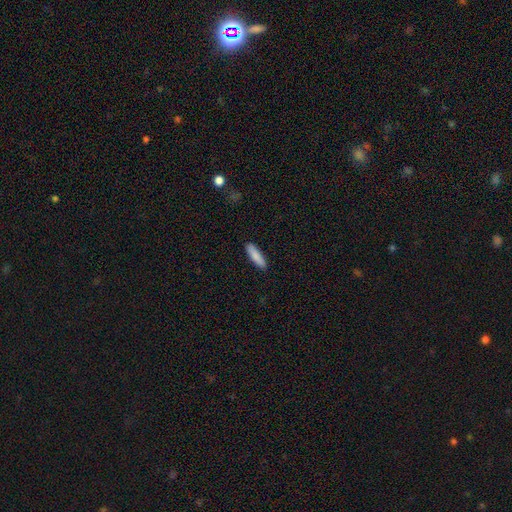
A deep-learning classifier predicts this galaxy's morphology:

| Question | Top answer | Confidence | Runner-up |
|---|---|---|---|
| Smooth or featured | smooth | 85% | featured or disk (9%) |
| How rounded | cigar-shaped | 66% | in between (32%) |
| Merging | none | 90% | minor disturbance (7%) |